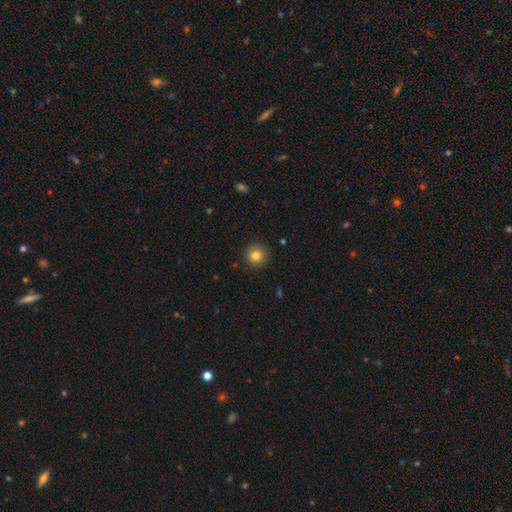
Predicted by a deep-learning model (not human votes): smooth 82%, star or artifact 11%, featured or disk 7%. Down the decision tree: how rounded — round (95%); merging — none (92%).